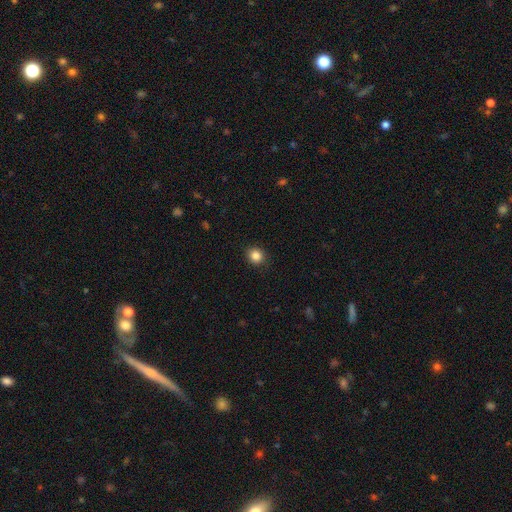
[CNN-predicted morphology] Smooth or featured? Predicted: smooth (p=0.86). How rounded? Predicted: round (p=0.83). Merging? Predicted: none (p=0.90).